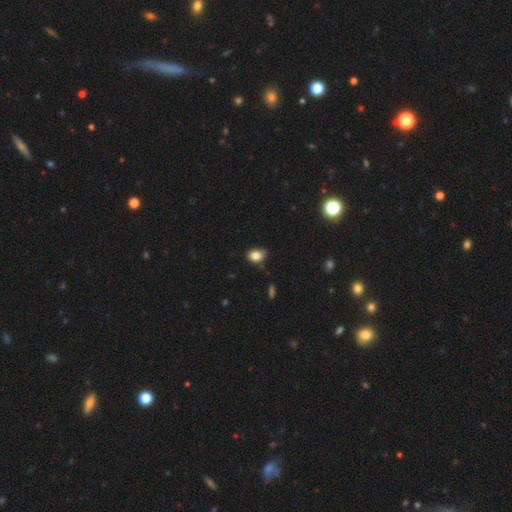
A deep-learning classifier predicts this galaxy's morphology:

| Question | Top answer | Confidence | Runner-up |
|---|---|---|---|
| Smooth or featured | smooth | 83% | star or artifact (10%) |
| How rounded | in between | 62% | round (37%) |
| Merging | none | 63% | minor disturbance (30%) |